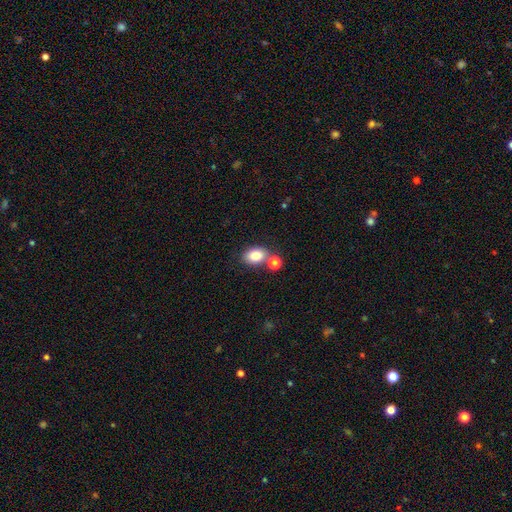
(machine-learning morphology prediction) A smooth galaxy with no disk features (83%) that is in between round and cigar-shaped (78%).

Vote fractions:
- Smooth or featured? smooth: 83% / star or artifact: 9% / featured or disk: 8%
- How rounded? in between: 78% / round: 20% / cigar-shaped: 1%
- Merging? none: 61% / merger: 23% / minor disturbance: 12% / major disturbance: 4%